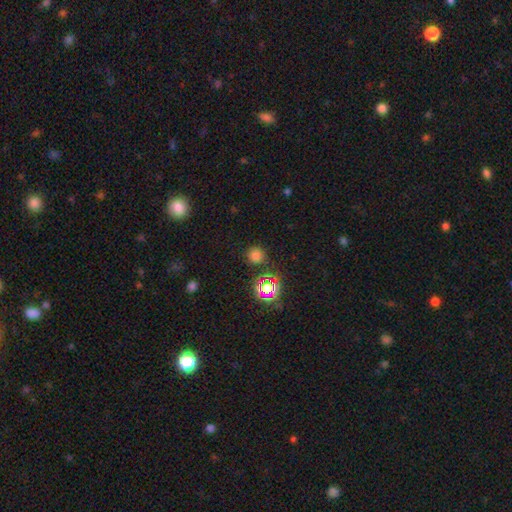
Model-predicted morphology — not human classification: Smooth or featured? smooth (69%)
How rounded? round (92%)
Merging? none (84%)